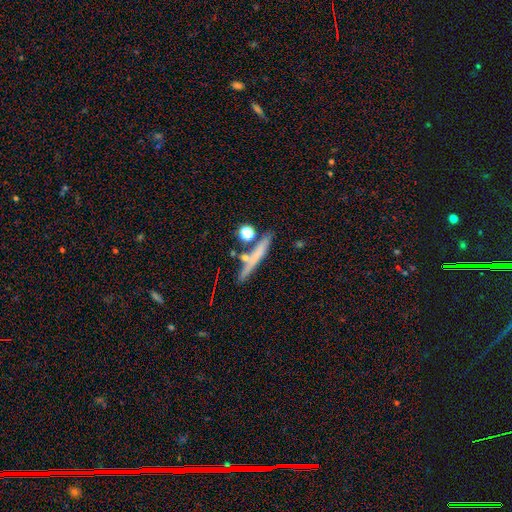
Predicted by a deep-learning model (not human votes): The model was most divided on "smooth or featured": smooth: 58%, featured or disk: 33%, star or artifact: 10%. More confident: how rounded — cigar-shaped (86%); merging — none (71%).